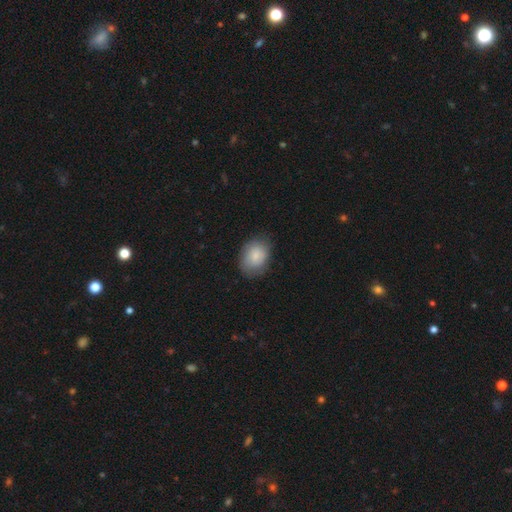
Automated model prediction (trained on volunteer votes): smooth-or-featured: smooth: 81% | featured or disk: 12% | star or artifact: 7%
  how-rounded: in between: 70% | round: 29% | cigar-shaped: 1%
  merging: none: 76% | minor disturbance: 19% | major disturbance: 5% | merger: 1%